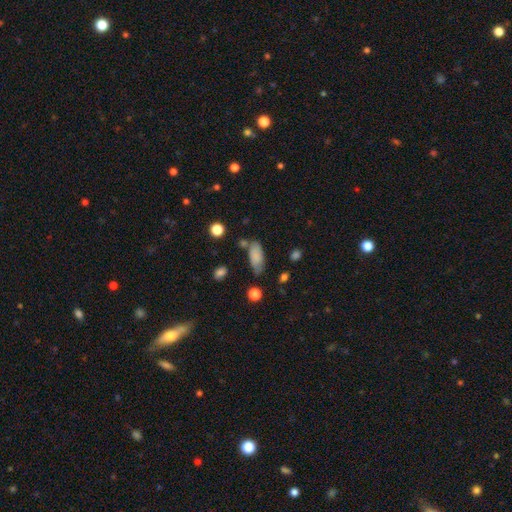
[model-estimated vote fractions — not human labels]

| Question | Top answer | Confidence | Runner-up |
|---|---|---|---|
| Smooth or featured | smooth | 80% | featured or disk (12%) |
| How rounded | in between | 85% | cigar-shaped (12%) |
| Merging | none | 58% | minor disturbance (26%) |